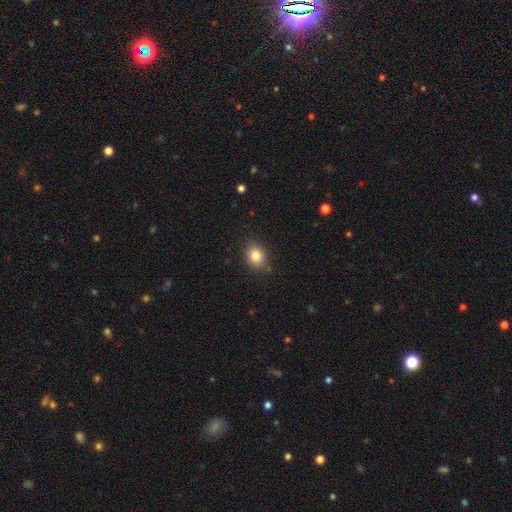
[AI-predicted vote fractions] Q: Smooth or featured?
A: smooth (83%); runner-up: star or artifact (10%)
Q: How rounded?
A: in between (58%); runner-up: round (41%)
Q: Merging?
A: none (86%); runner-up: minor disturbance (10%)